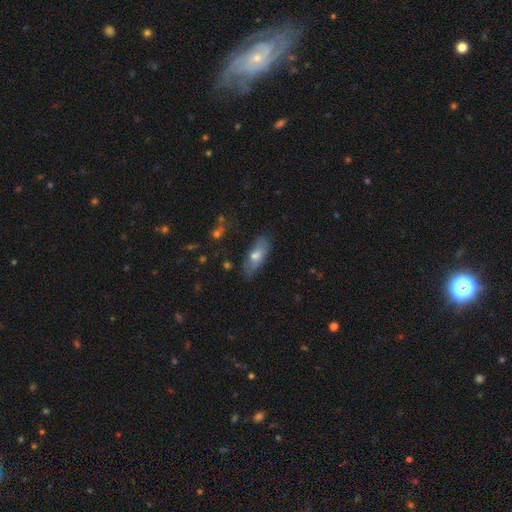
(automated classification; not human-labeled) Smooth or featured?
  - smooth: 63% *
  - featured or disk: 30%
  - star or artifact: 8%
How rounded?
  - in between: 71% *
  - cigar-shaped: 26%
  - round: 3%
Merging?
  - none: 75% *
  - minor disturbance: 18%
  - major disturbance: 4%
  - merger: 2%